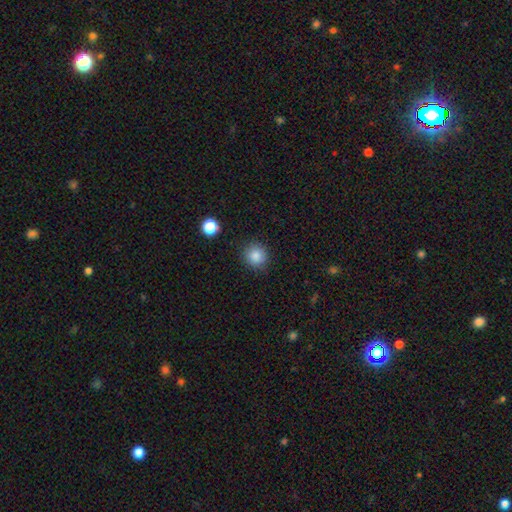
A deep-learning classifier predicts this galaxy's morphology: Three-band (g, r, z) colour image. It shows a smooth galaxy with no disk features (86%) that is round (92%). Merging: none (88%).